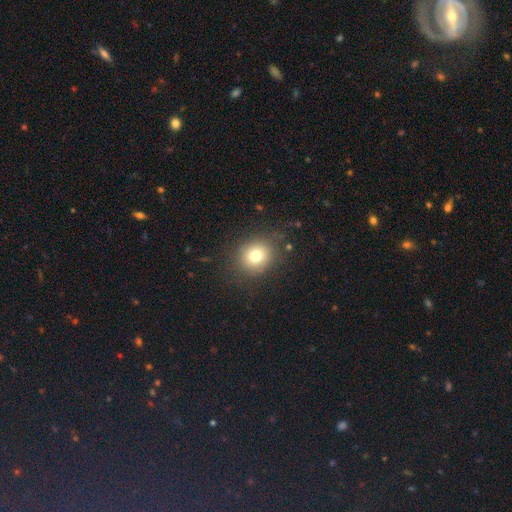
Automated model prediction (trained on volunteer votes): smooth 76%, star or artifact 13%, featured or disk 10%. Down the decision tree: how rounded — round (80%); merging — none (83%).